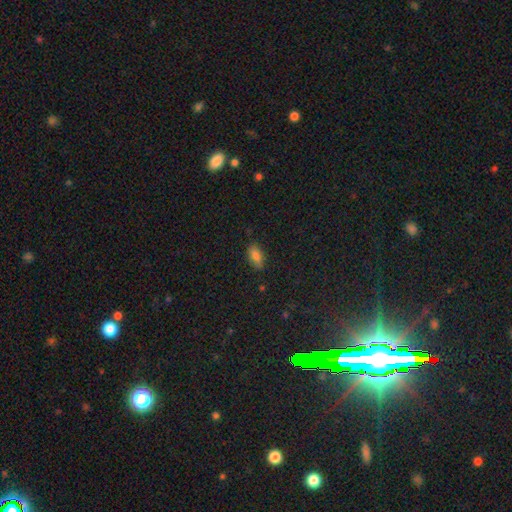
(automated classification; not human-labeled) Smooth or featured? Predicted: smooth (p=0.80). How rounded? Predicted: in between (p=0.85). Merging? Predicted: none (p=0.82).